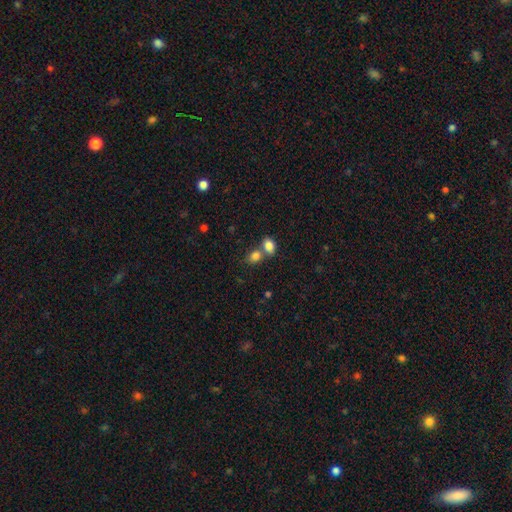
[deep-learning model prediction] Morphology: type=smooth (83%); roundness=in between (65%); merging=merger (50%).